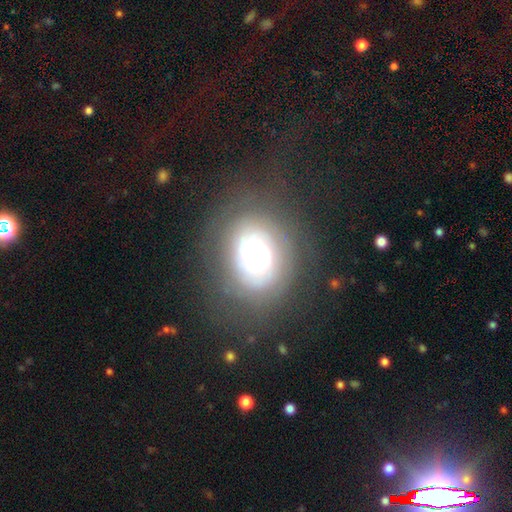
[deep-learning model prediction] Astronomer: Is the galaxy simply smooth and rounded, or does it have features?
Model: featured or disk — 58%.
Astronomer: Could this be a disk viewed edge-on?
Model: no — 96%.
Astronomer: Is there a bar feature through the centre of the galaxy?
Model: no — 81%.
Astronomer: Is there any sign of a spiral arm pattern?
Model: yes — 69%.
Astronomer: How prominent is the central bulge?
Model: large — 46% (runner-up: dominant, 28%).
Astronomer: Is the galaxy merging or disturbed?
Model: none — 68%.